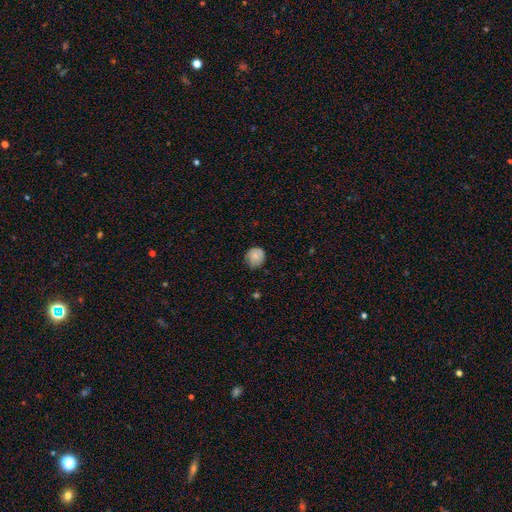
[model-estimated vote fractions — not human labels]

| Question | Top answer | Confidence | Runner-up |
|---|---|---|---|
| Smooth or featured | smooth | 78% | featured or disk (15%) |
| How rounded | round | 82% | in between (17%) |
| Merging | none | 67% | minor disturbance (27%) |